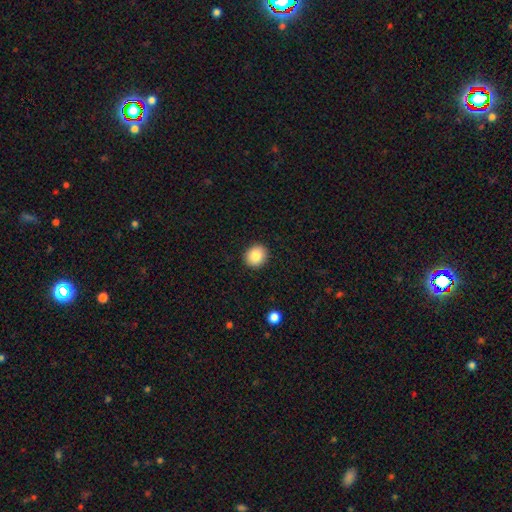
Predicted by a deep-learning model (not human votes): Smooth or featured? smooth (85%)
How rounded? round (79%)
Merging? none (92%)